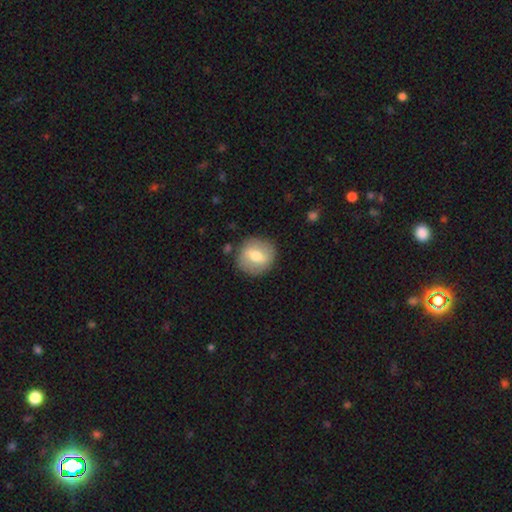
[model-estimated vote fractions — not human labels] Q: Smooth or featured?
A: smooth (57%); runner-up: featured or disk (36%)
Q: How rounded?
A: round (86%); runner-up: in between (13%)
Q: Merging?
A: none (85%); runner-up: minor disturbance (10%)